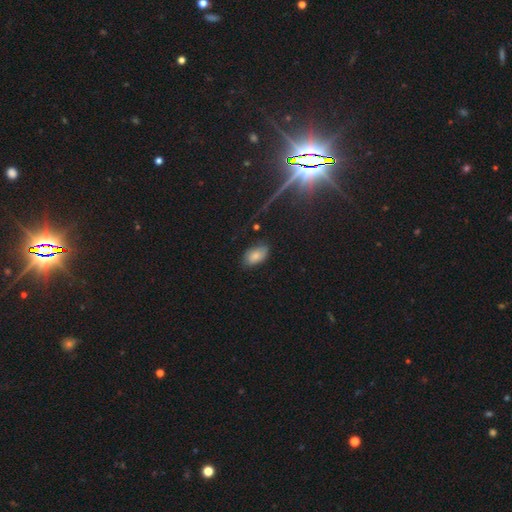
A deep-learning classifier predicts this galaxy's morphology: Smooth or featured? smooth (79%)
How rounded? in between (93%)
Merging? none (74%)